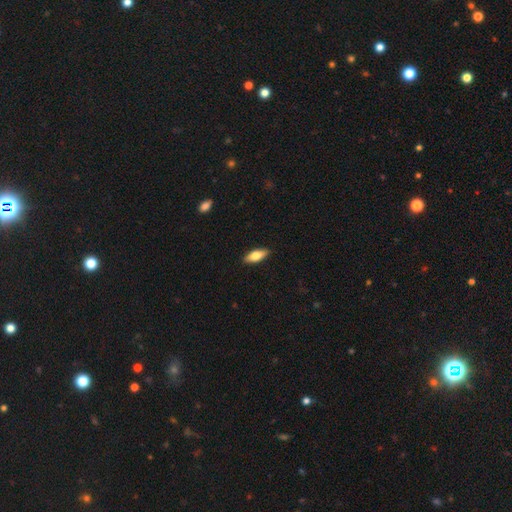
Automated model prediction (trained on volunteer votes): smooth_or_featured: smooth (p=0.69) [alt: featured or disk p=0.25]
how_rounded: in between (p=0.70) [alt: cigar-shaped p=0.27]
merging: none (p=0.89) [alt: minor disturbance p=0.08]